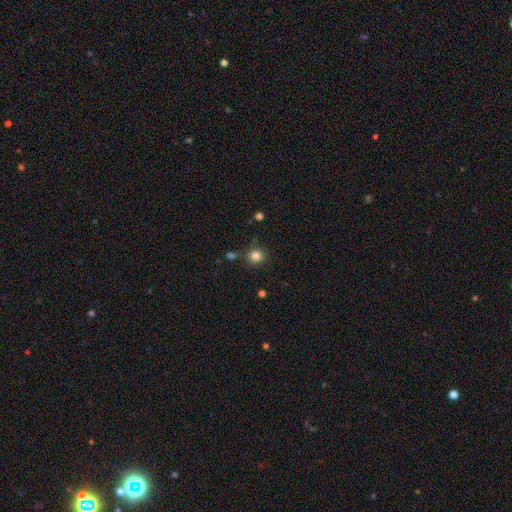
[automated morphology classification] smooth 83%, star or artifact 12%, featured or disk 5%. Down the decision tree: how rounded — round (89%); merging — none (83%).